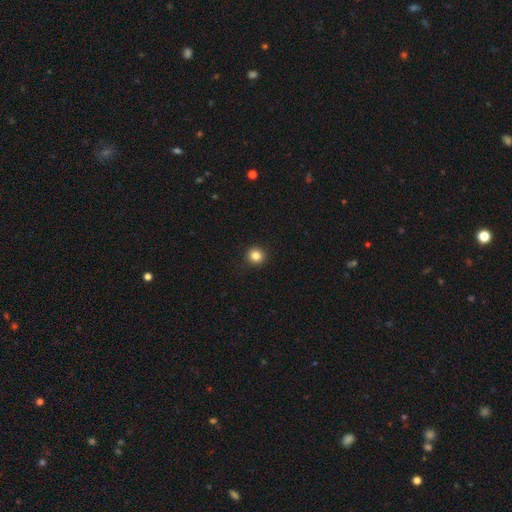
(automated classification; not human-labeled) Smooth or featured? Predicted: smooth (p=0.84). How rounded? Predicted: round (p=0.94). Merging? Predicted: none (p=0.92).